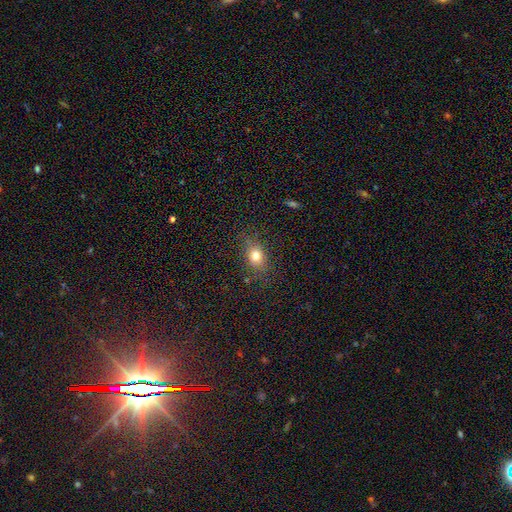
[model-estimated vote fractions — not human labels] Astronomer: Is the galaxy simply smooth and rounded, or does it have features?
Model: smooth — 76%.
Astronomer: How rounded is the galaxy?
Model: in between — 60% (runner-up: round, 37%).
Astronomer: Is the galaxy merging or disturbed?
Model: none — 78%.